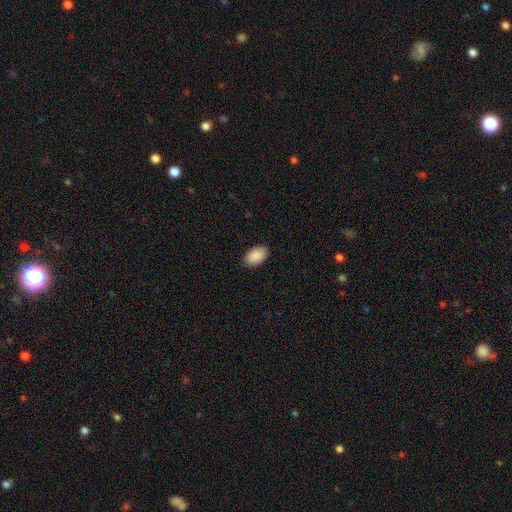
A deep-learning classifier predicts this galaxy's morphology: type=smooth (91%); roundness=in between (93%); merging=none (88%).